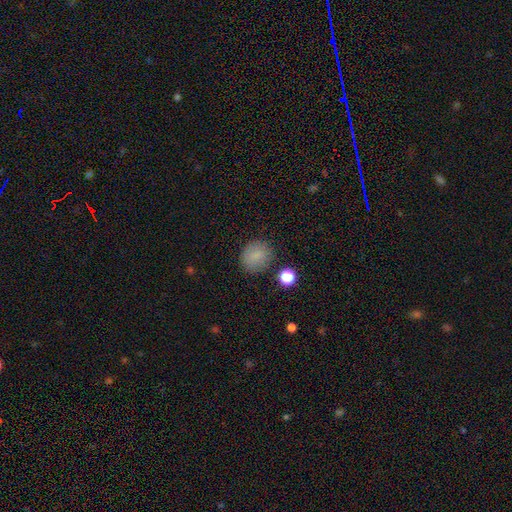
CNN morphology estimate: smooth 82%, star or artifact 11%, featured or disk 7%. Down the decision tree: how rounded — round (70%); merging — none (83%).